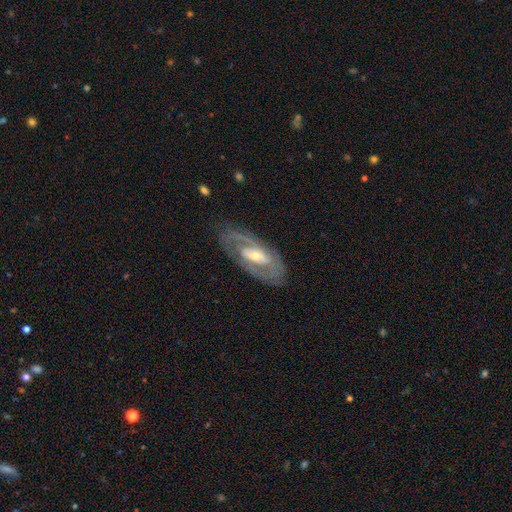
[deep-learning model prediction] A featured or disk galaxy (82%) with a weak bar (38%), 2 (64%) tight (48%) spiral arms (82%) and a small central bulge (50%). Merging: none (74%).